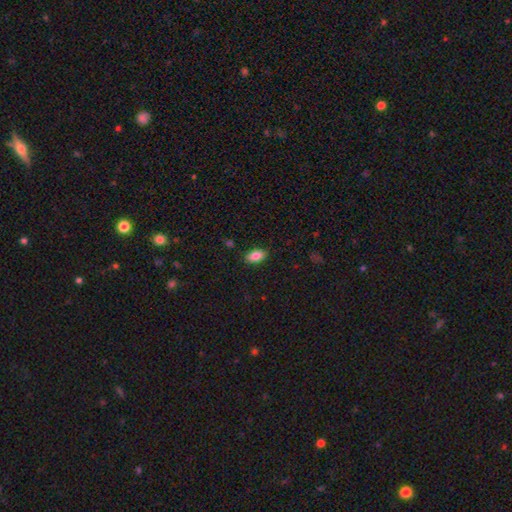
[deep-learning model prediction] This appears to be a smooth galaxy with no disk features (85%) that is in between round and cigar-shaped (91%). Merging: none (86%).